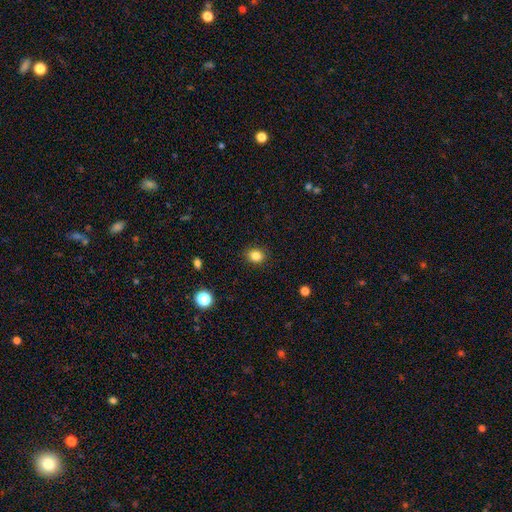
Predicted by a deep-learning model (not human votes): smooth_or_featured: smooth (p=0.84) [alt: star or artifact p=0.11]
how_rounded: round (p=0.66) [alt: in between p=0.33]
merging: none (p=0.89) [alt: minor disturbance p=0.08]